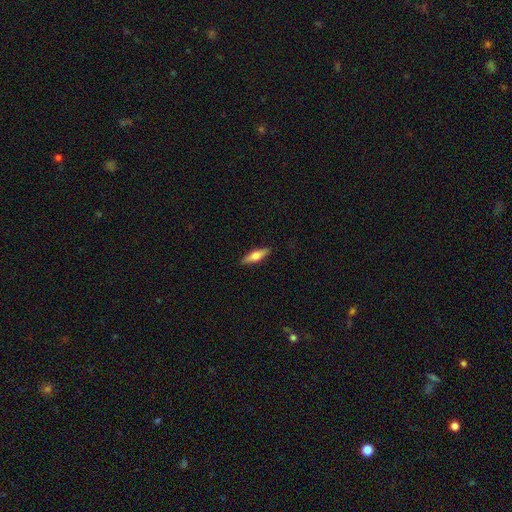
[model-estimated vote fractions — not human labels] Smooth or featured?
  - smooth: 58% *
  - featured or disk: 36%
  - star or artifact: 6%
How rounded?
  - cigar-shaped: 60% *
  - in between: 38%
  - round: 2%
Merging?
  - none: 88% *
  - minor disturbance: 9%
  - major disturbance: 2%
  - merger: 1%